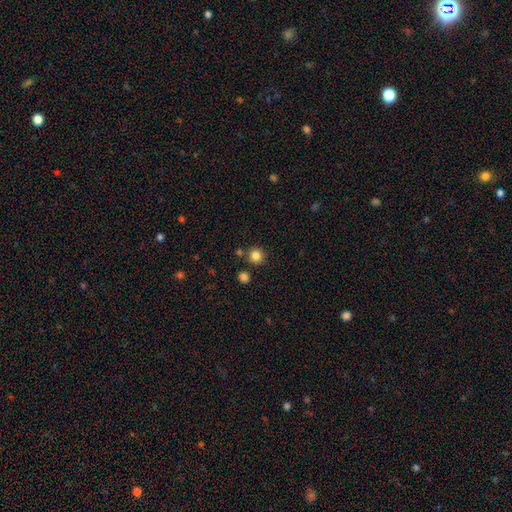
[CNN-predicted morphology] smooth-or-featured: smooth: 83% | star or artifact: 12% | featured or disk: 5%
  how-rounded: round: 92% | in between: 7% | cigar-shaped: 1%
  merging: none: 84% | merger: 7% | minor disturbance: 7% | major disturbance: 2%